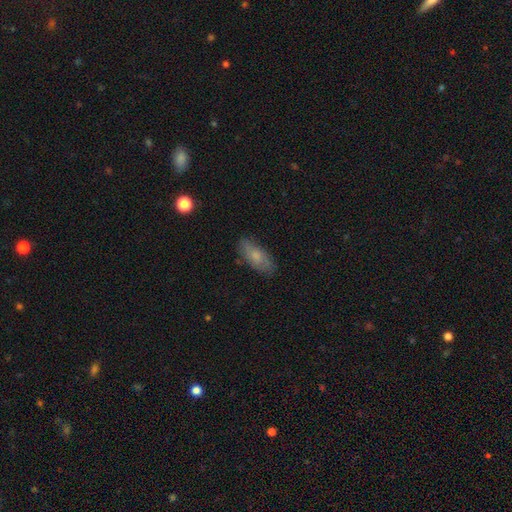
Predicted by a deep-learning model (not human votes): Morphology: type=smooth (69%); roundness=in between (83%); merging=none (79%).